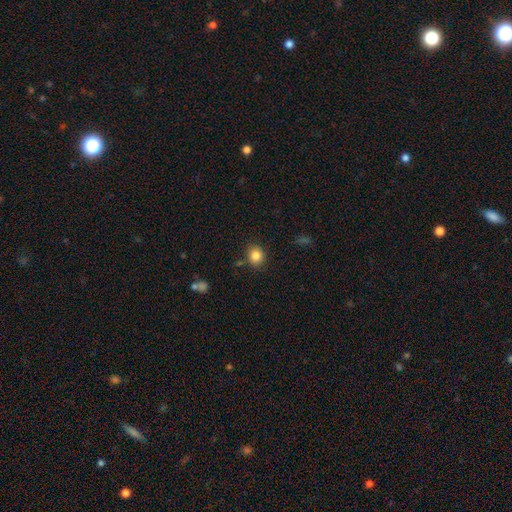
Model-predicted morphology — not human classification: smooth 84%, star or artifact 11%, featured or disk 6%. Down the decision tree: how rounded — round (80%); merging — none (83%).